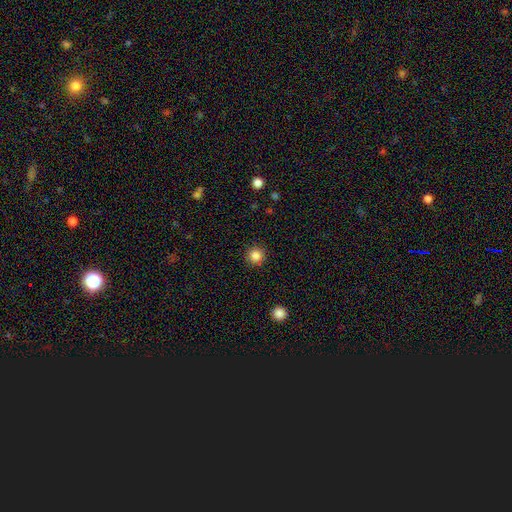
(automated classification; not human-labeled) The model was most divided on "smooth or featured": smooth: 83%, star or artifact: 12%, featured or disk: 5%. More confident: how rounded — round (94%); merging — none (88%).